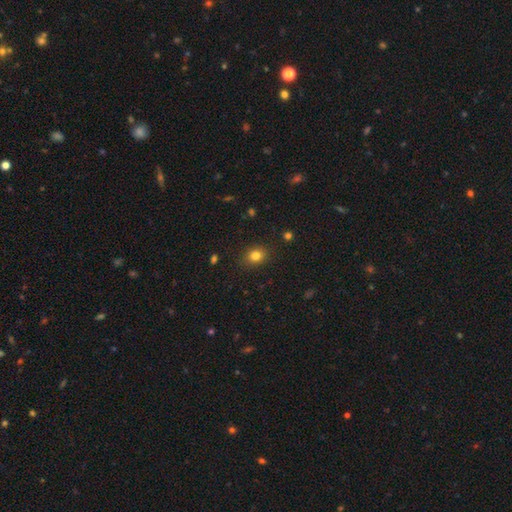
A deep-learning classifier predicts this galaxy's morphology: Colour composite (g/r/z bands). It shows a smooth galaxy with no disk features (81%) that is round (64%). Merging: none (87%).